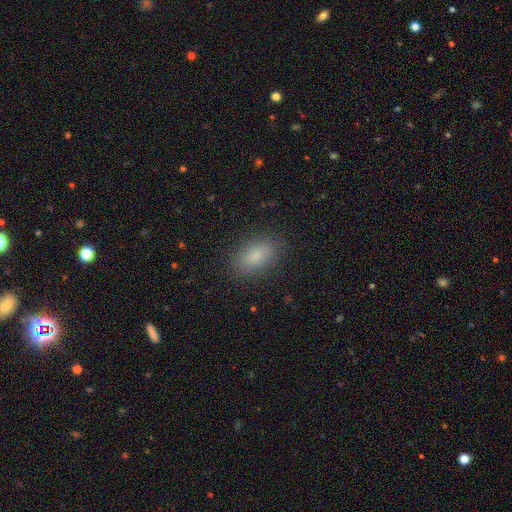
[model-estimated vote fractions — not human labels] smooth-or-featured: smooth: 84% | star or artifact: 9% | featured or disk: 7%
  how-rounded: in between: 89% | round: 7% | cigar-shaped: 4%
  merging: none: 87% | minor disturbance: 9% | major disturbance: 3% | merger: 1%